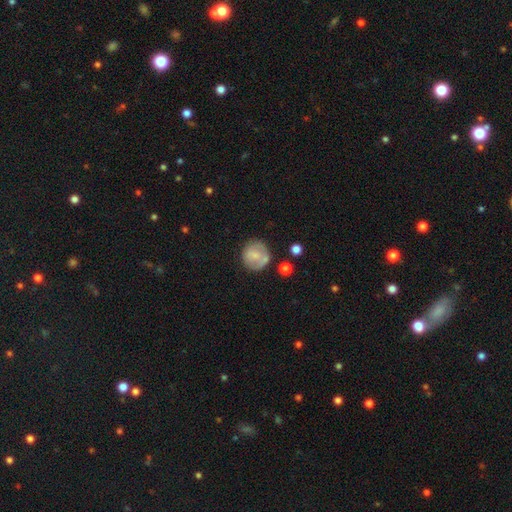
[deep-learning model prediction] A smooth galaxy with no disk features (64%) that is round (88%).

Vote fractions:
- Smooth or featured? smooth: 64% / featured or disk: 28% / star or artifact: 8%
- How rounded? round: 88% / in between: 11% / cigar-shaped: 1%
- Merging? none: 63% / minor disturbance: 21% / major disturbance: 8% / merger: 8%